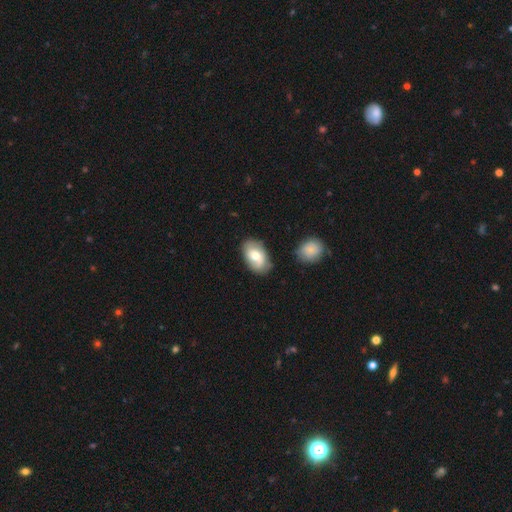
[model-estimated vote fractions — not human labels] smooth-or-featured: smooth: 65% | featured or disk: 28% | star or artifact: 7%
  how-rounded: in between: 91% | round: 8% | cigar-shaped: 1%
  merging: none: 76% | minor disturbance: 16% | merger: 4% | major disturbance: 4%